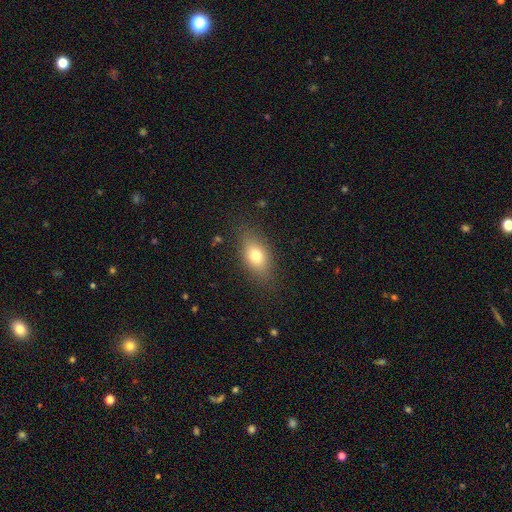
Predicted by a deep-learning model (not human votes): Overall: smooth (74%). How rounded: in between (81%). Merging: none (81%).